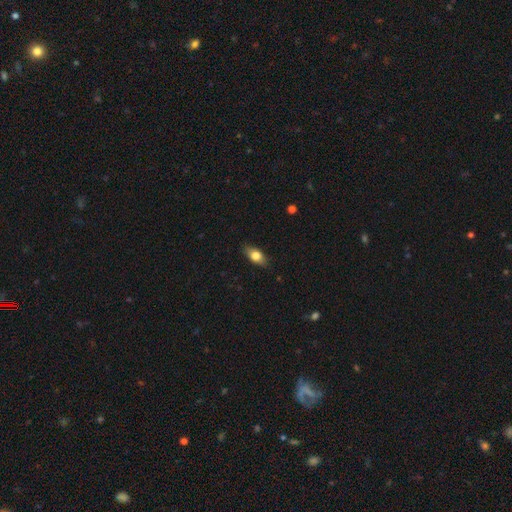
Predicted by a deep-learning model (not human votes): A smooth galaxy with no disk features (76%) that is in between round and cigar-shaped (84%).

Vote fractions:
- Smooth or featured? smooth: 76% / featured or disk: 17% / star or artifact: 7%
- How rounded? in between: 84% / cigar-shaped: 10% / round: 7%
- Merging? none: 85% / minor disturbance: 12% / major disturbance: 2% / merger: 1%